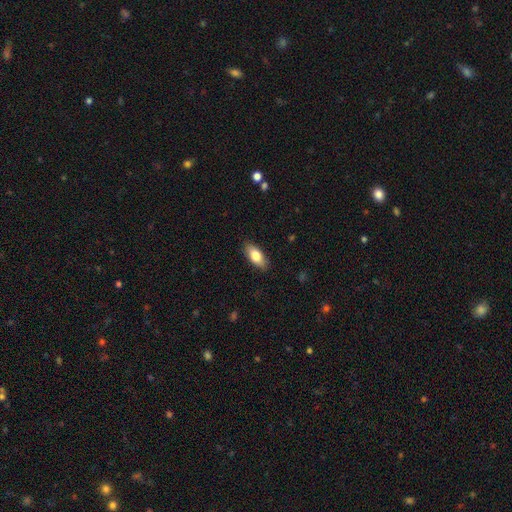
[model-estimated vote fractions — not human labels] This is likely a smooth galaxy (79%). How rounded: clearly in between (85%). Merging: clearly none (87%).